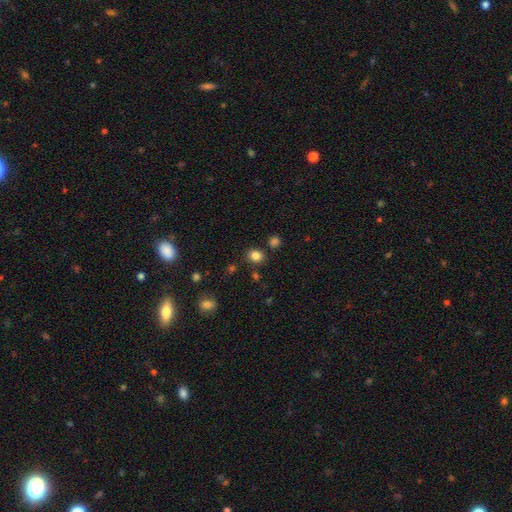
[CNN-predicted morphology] A smooth galaxy with no disk features (82%) that is round (73%). Merging: none (84%).